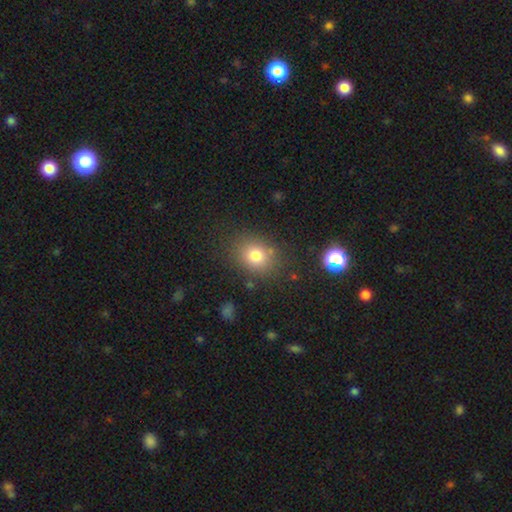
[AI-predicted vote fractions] smooth 78%, star or artifact 13%, featured or disk 9%. Down the decision tree: how rounded — round (56%); merging — none (79%).